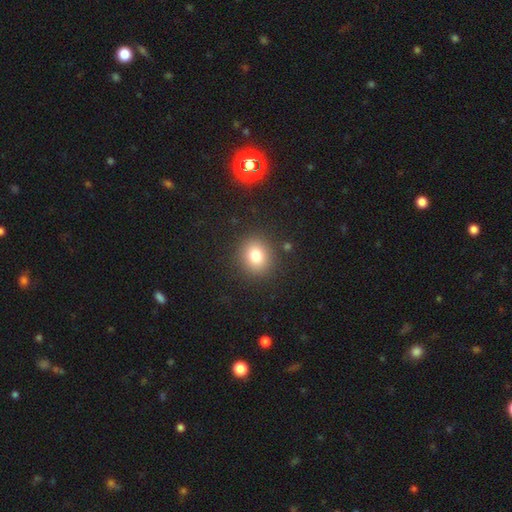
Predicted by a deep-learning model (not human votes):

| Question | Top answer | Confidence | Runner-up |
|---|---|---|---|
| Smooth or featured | smooth | 79% | star or artifact (12%) |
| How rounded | round | 80% | in between (19%) |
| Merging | none | 88% | minor disturbance (7%) |